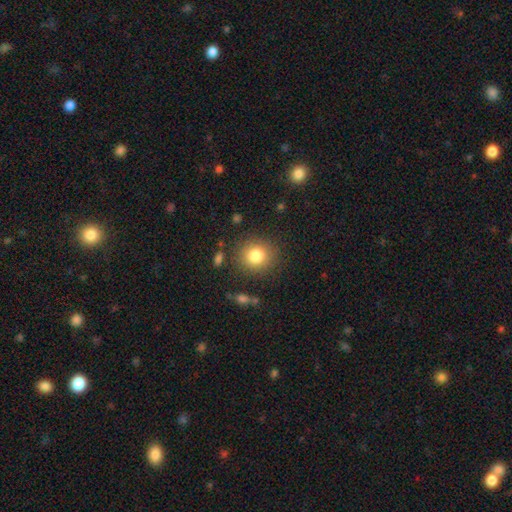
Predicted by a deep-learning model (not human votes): smooth-or-featured: smooth: 82% | star or artifact: 10% | featured or disk: 8%
  how-rounded: round: 86% | in between: 13% | cigar-shaped: 1%
  merging: none: 85% | minor disturbance: 9% | major disturbance: 4% | merger: 2%